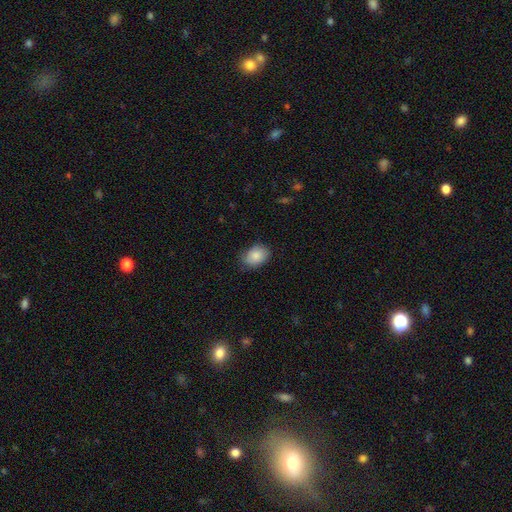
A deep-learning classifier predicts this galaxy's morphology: A smooth galaxy with no disk features (86%) that is in between round and cigar-shaped (69%).

Vote fractions:
- Smooth or featured? smooth: 86% / star or artifact: 7% / featured or disk: 7%
- How rounded? in between: 69% / round: 30% / cigar-shaped: 1%
- Merging? none: 76% / minor disturbance: 20% / major disturbance: 4% / merger: 1%